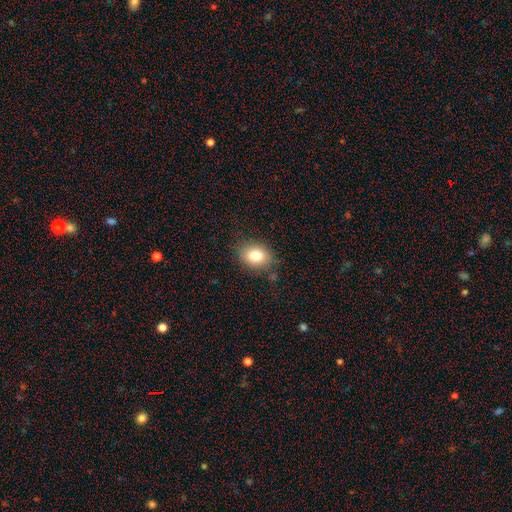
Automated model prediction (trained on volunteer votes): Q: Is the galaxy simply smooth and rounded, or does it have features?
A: smooth — 80%.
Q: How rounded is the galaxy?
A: in between — 67%.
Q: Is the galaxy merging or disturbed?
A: none — 82%.